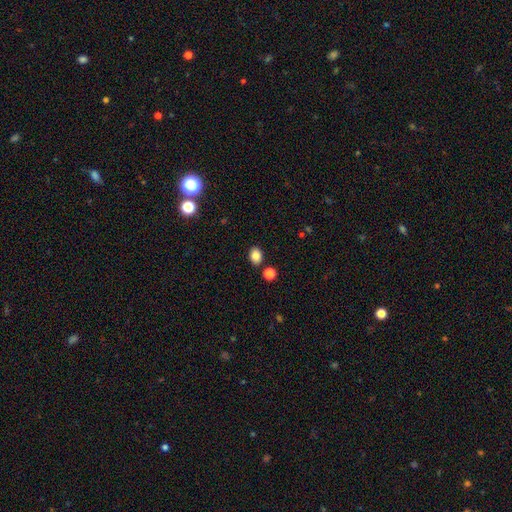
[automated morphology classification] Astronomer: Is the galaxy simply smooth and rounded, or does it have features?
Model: smooth — 84%.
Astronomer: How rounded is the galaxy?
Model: in between — 63%.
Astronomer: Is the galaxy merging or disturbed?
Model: none — 83%.